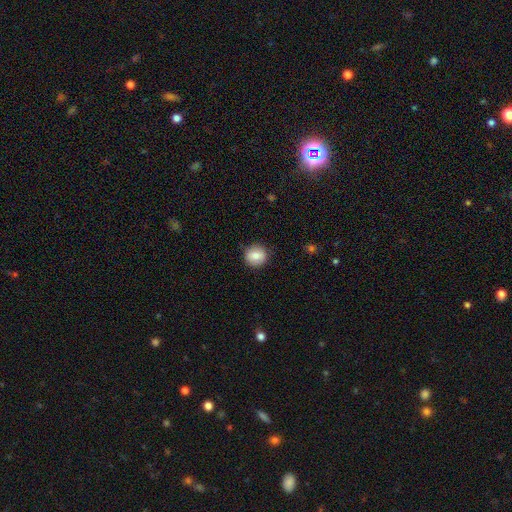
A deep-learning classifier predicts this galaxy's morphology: type=smooth (81%); roundness=round (90%); merging=none (88%).